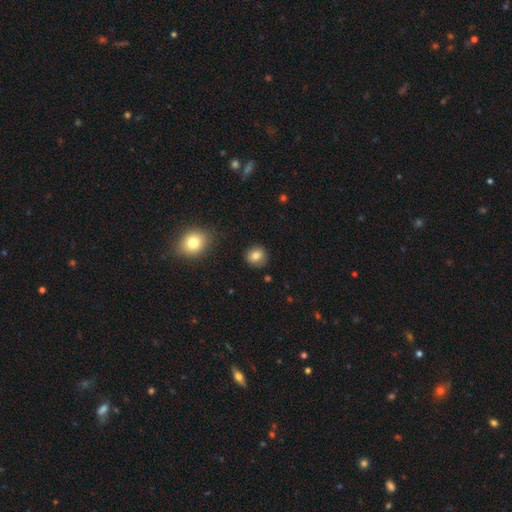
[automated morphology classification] Smooth or featured? smooth (82%)
How rounded? round (86%)
Merging? none (88%)